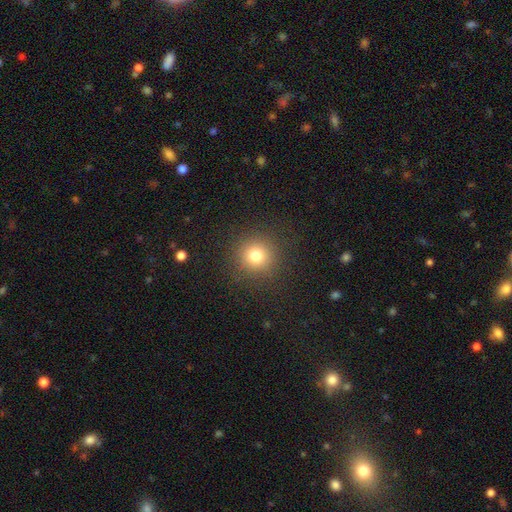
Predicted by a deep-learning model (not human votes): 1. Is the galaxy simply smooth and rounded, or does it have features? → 77% smooth, 15% star or artifact, 8% featured or disk.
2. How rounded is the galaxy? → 94% round, 5% in between, 1% cigar-shaped.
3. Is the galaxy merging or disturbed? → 90% none, 6% minor disturbance, 3% major disturbance, 1% merger.